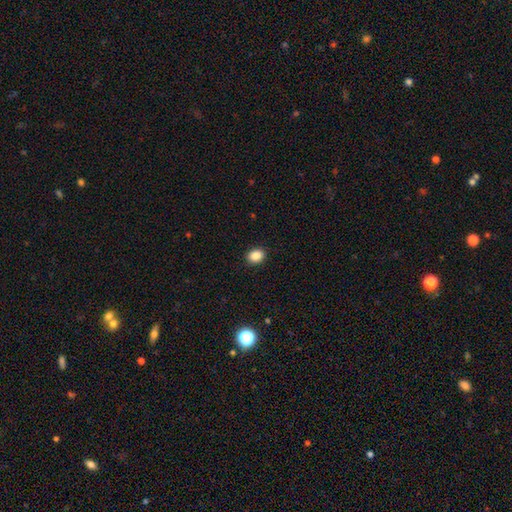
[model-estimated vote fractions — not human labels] Smooth or featured?
  - smooth: 87% *
  - star or artifact: 10%
  - featured or disk: 4%
How rounded?
  - in between: 50% *
  - round: 49%
  - cigar-shaped: 1%
Merging?
  - none: 91% *
  - minor disturbance: 6%
  - major disturbance: 2%
  - merger: 1%